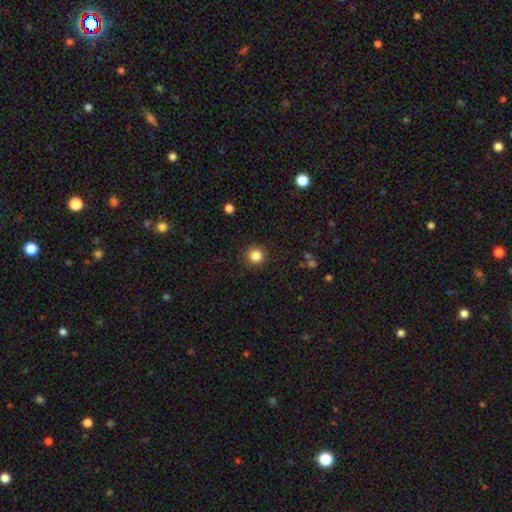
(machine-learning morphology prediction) Smooth or featured: smooth — 85% (star or artifact — 11%)
How rounded: round — 95% (in between — 5%)
Merging: none — 90% (minor disturbance — 6%)